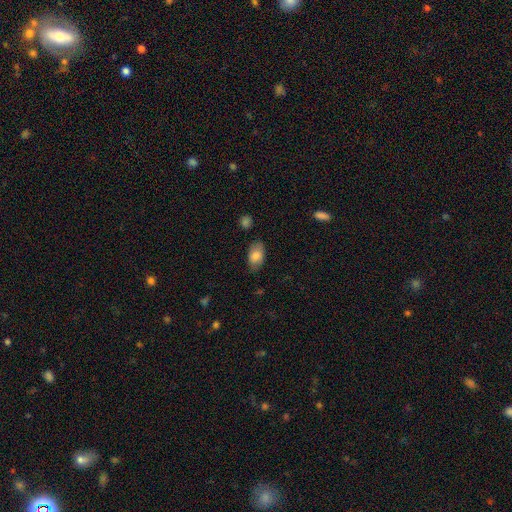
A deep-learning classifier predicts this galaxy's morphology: This appears to be a smooth galaxy with no disk features (81%) that is in between round and cigar-shaped (92%). Merging: none (78%).